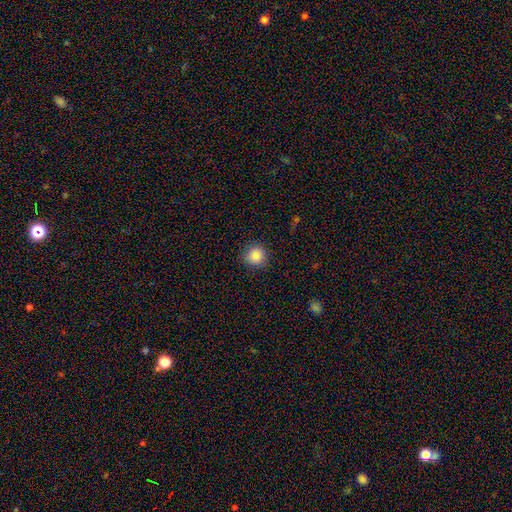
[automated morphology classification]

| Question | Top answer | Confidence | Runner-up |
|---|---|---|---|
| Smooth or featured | smooth | 86% | star or artifact (10%) |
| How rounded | round | 93% | in between (6%) |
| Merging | none | 90% | minor disturbance (7%) |